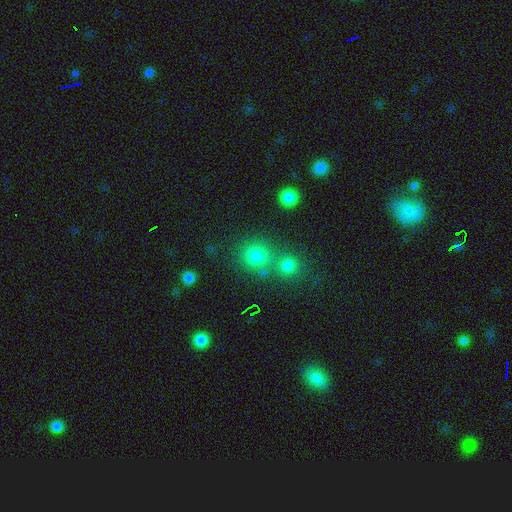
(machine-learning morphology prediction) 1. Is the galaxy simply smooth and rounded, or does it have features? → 76% smooth, 18% star or artifact, 6% featured or disk.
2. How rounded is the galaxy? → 87% round, 12% in between, 1% cigar-shaped.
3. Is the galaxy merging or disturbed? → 64% none, 23% merger, 8% minor disturbance, 4% major disturbance.